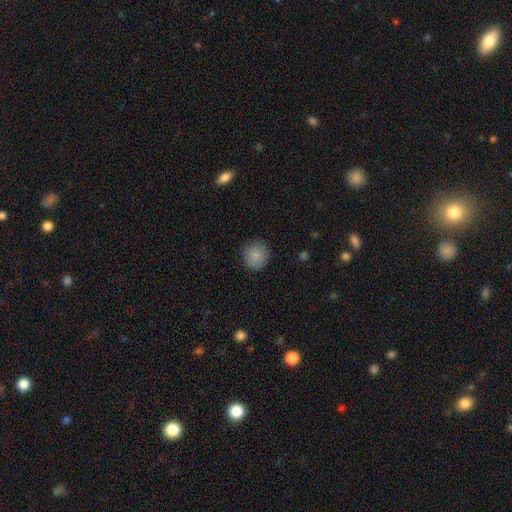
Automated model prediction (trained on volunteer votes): Smooth or featured?
  - smooth: 86% *
  - star or artifact: 8%
  - featured or disk: 6%
How rounded?
  - round: 90% *
  - in between: 9%
  - cigar-shaped: 1%
Merging?
  - none: 85% *
  - minor disturbance: 12%
  - major disturbance: 3%
  - merger: 1%